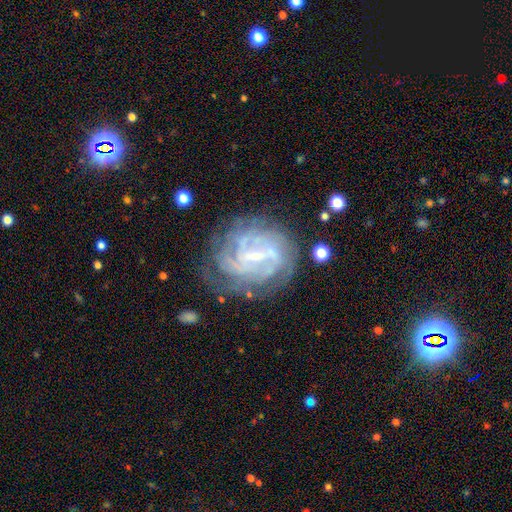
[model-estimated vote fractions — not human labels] Smooth or featured? Predicted: featured or disk (p=0.84). Edge-on disk? Predicted: no (p=0.97). Bar? Predicted: weak (p=0.46). Spiral arms? Predicted: yes (p=0.91). Spiral winding? Predicted: tight (p=0.64). Spiral arm count? Predicted: can't tell (p=0.39). Bulge size? Predicted: small (p=0.63). Merging? Predicted: none (p=0.70).